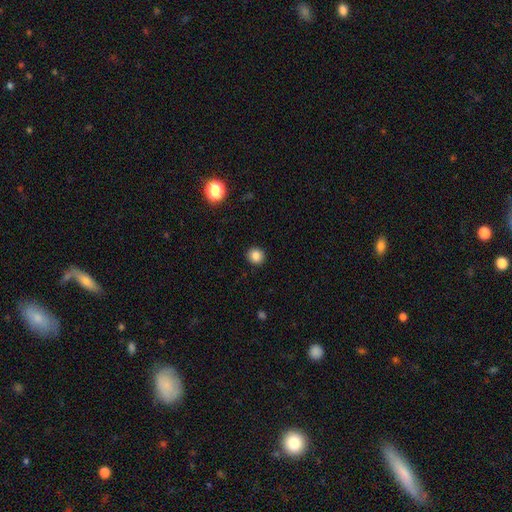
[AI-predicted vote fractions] smooth-or-featured: smooth: 84% | star or artifact: 11% | featured or disk: 5%
  how-rounded: round: 88% | in between: 11% | cigar-shaped: 1%
  merging: none: 92% | minor disturbance: 5% | major disturbance: 2% | merger: 1%